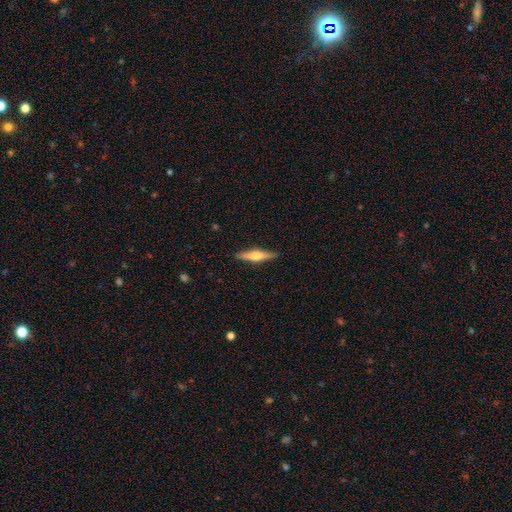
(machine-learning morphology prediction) A featured or disk galaxy (59%) viewed edge-on (97%) with a rounded central bulge (88%).

Vote fractions:
- Smooth or featured? featured or disk: 59% / smooth: 36% / star or artifact: 5%
- Edge-on disk? yes: 97% / no: 3%
- Edge-on bulge? rounded: 88% / boxy: 8% / none: 4%
- Merging? none: 90% / minor disturbance: 7% / major disturbance: 2% / merger: 1%